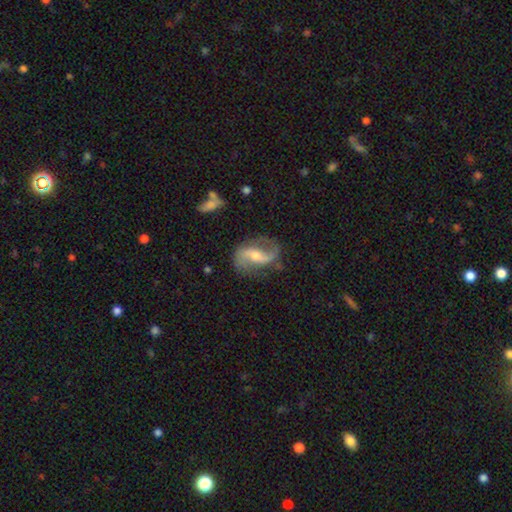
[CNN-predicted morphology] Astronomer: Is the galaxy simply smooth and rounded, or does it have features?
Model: featured or disk — 85%.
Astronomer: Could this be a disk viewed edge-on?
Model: no — 96%.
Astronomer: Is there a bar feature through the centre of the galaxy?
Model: weak — 39% (runner-up: strong, 36%).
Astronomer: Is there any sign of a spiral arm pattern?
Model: yes — 94%.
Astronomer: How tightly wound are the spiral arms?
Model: loose — 65%.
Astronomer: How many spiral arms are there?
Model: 2 — 91%.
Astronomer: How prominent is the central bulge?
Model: moderate — 54% (runner-up: small, 39%).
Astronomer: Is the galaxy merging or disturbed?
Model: none — 75%.